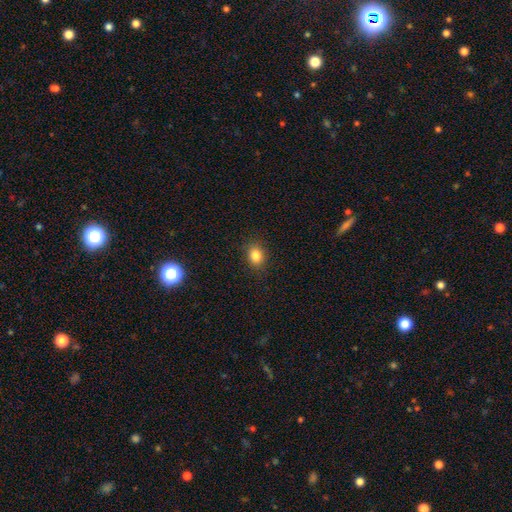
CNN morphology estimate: A smooth galaxy with no disk features (83%) that is round (54%).

Vote fractions:
- Smooth or featured? smooth: 83% / star or artifact: 12% / featured or disk: 5%
- How rounded? round: 54% / in between: 45% / cigar-shaped: 1%
- Merging? none: 87% / minor disturbance: 10% / major disturbance: 3% / merger: 1%